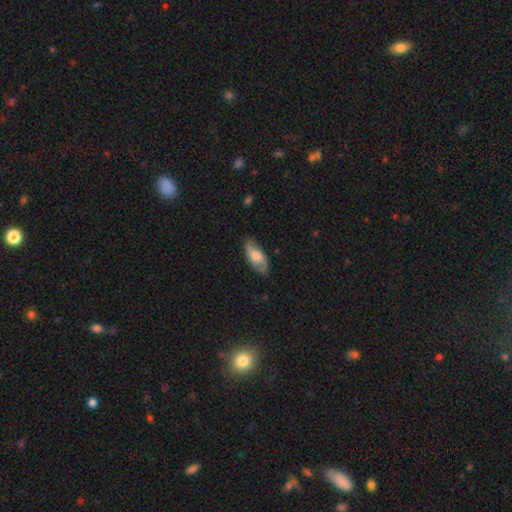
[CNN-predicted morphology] This appears to be a featured or disk galaxy (55%). Merging: none (81%).